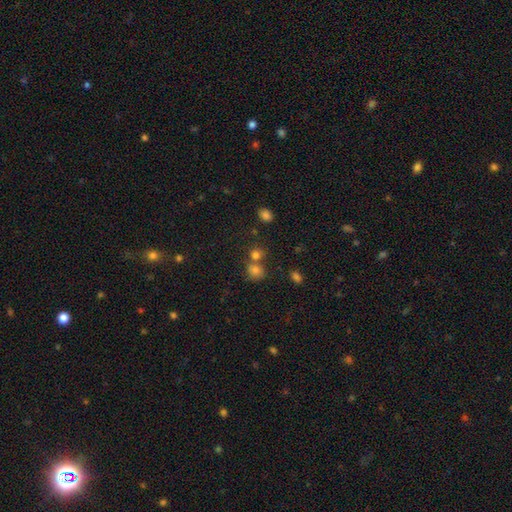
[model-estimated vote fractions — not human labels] The model was most divided on "merging": none: 53%, merger: 35%, minor disturbance: 8%, major disturbance: 4%. More confident: how rounded — round (79%); smooth or featured — smooth (71%).